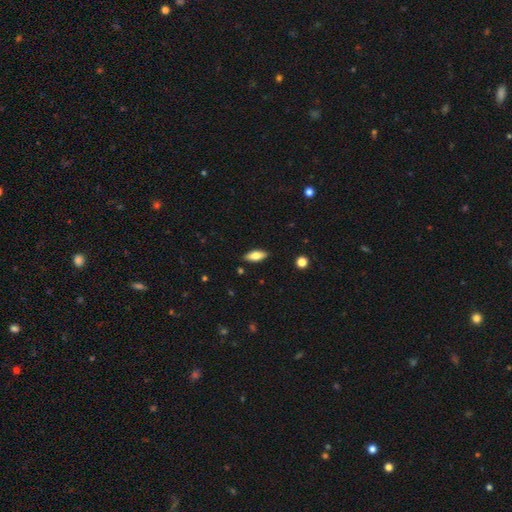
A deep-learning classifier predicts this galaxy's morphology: This appears to be a smooth galaxy with no disk features (78%) that is in between round and cigar-shaped (78%). Merging: none (87%).